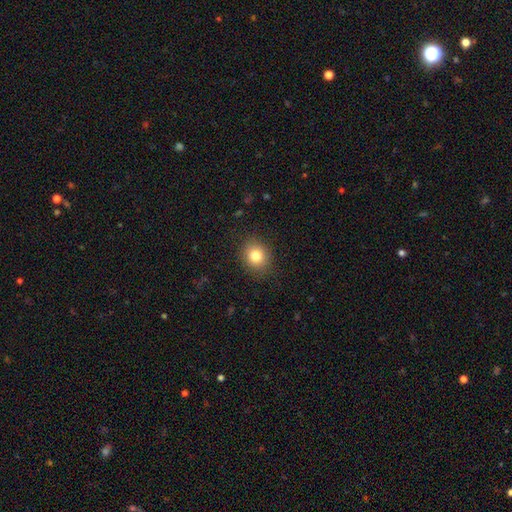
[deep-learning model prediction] Q: Smooth or featured?
A: smooth (81%); runner-up: star or artifact (11%)
Q: How rounded?
A: round (71%); runner-up: in between (28%)
Q: Merging?
A: none (87%); runner-up: minor disturbance (9%)